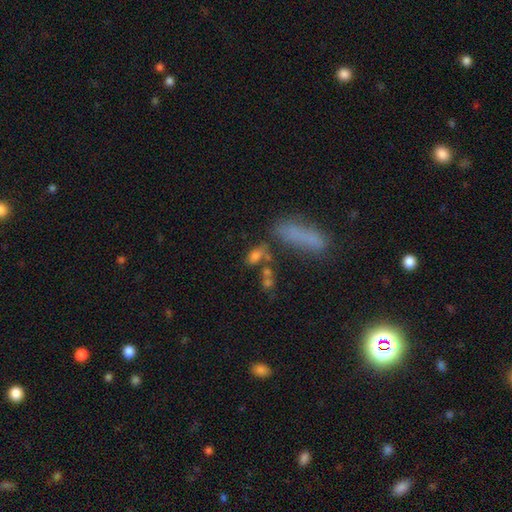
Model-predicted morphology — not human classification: smooth-or-featured: smooth: 71% | featured or disk: 16% | star or artifact: 13%
  how-rounded: in between: 80% | cigar-shaped: 13% | round: 7%
  merging: none: 49% | merger: 24% | minor disturbance: 17% | major disturbance: 10%